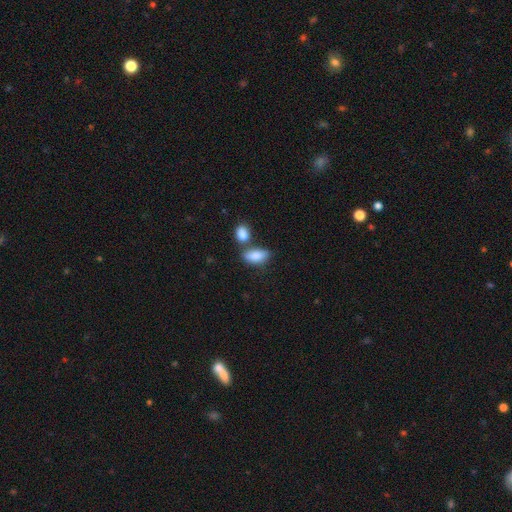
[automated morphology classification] Smooth or featured? Predicted: smooth (p=0.86). How rounded? Predicted: in between (p=0.89). Merging? Predicted: none (p=0.48).